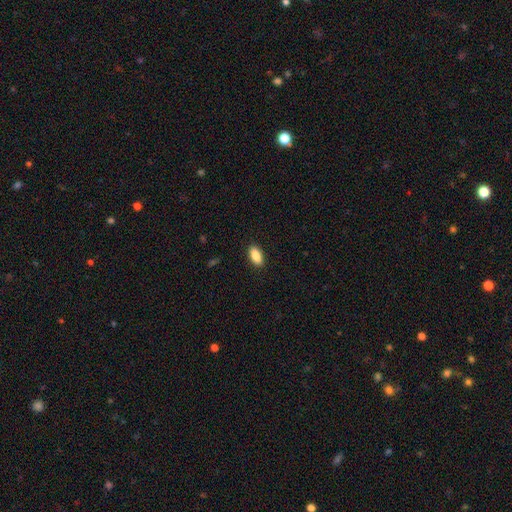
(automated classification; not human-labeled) smooth 88%, star or artifact 7%, featured or disk 5%. Down the decision tree: how rounded — in between (92%); merging — none (90%).